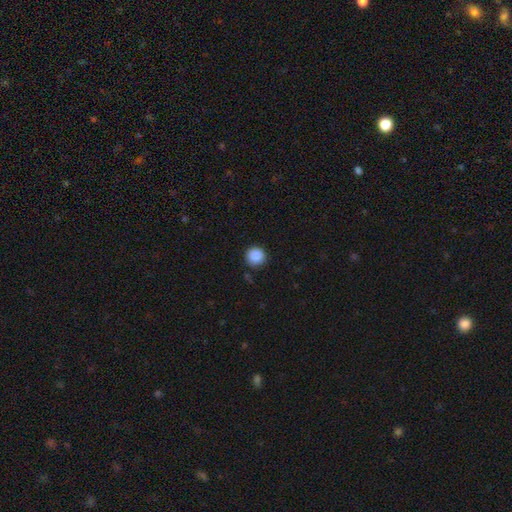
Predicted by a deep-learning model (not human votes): Smooth or featured?
  - smooth: 88% *
  - star or artifact: 9%
  - featured or disk: 3%
How rounded?
  - round: 95% *
  - in between: 4%
  - cigar-shaped: 1%
Merging?
  - none: 88% *
  - minor disturbance: 8%
  - major disturbance: 2%
  - merger: 1%